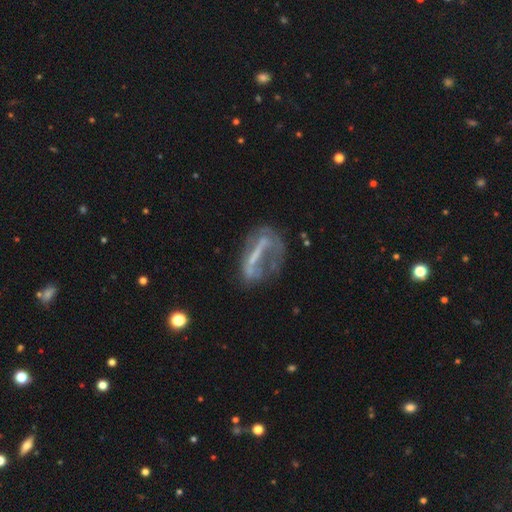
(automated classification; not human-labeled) Smooth or featured?
  - featured or disk: 62% *
  - smooth: 26%
  - star or artifact: 12%
Edge-on disk?
  - no: 82% *
  - yes: 18%
Bar?
  - strong: 52% *
  - no: 30%
  - weak: 18%
Spiral arms?
  - no: 70% *
  - yes: 30%
Bulge size?
  - none: 60% *
  - small: 25%
  - moderate: 11%
  - large: 3%
  - dominant: 2%
Merging?
  - none: 40% *
  - major disturbance: 34%
  - minor disturbance: 21%
  - merger: 6%